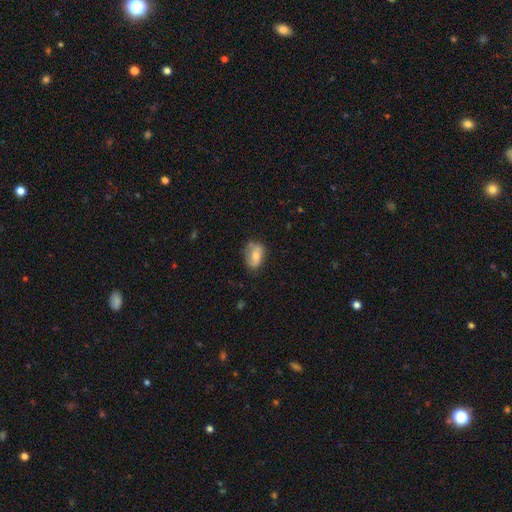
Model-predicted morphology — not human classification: Overall: smooth (60%; featured or disk 33%). How rounded: in between (82%). Merging: none (63%; minor disturbance 28%).